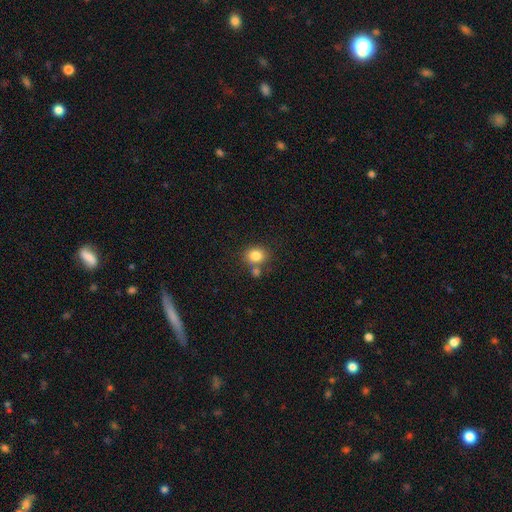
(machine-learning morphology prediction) The model was most divided on "how rounded": round: 70%, in between: 29%, cigar-shaped: 1%. More confident: smooth or featured — smooth (82%); merging — none (64%).